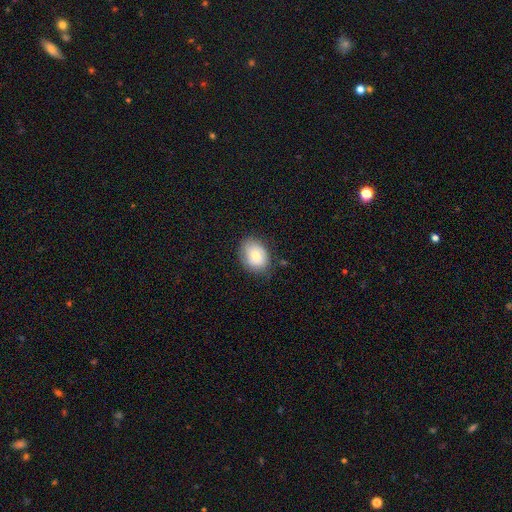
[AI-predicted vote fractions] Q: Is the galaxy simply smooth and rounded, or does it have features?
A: smooth — 76%.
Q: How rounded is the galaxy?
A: in between — 67%.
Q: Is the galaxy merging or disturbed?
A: none — 75%.